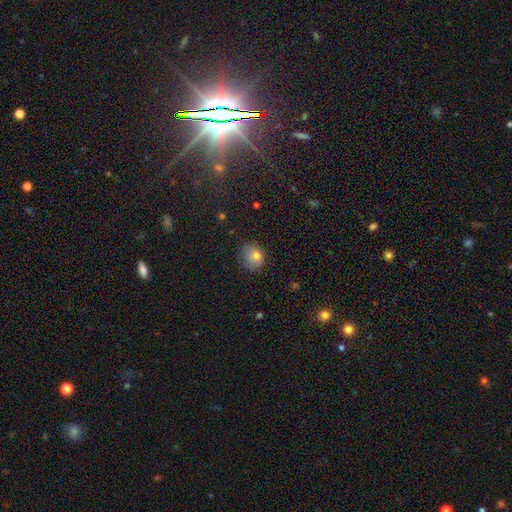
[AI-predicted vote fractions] The model was most divided on "how rounded": round: 68%, in between: 31%, cigar-shaped: 1%. More confident: smooth or featured — smooth (78%); merging — none (70%).